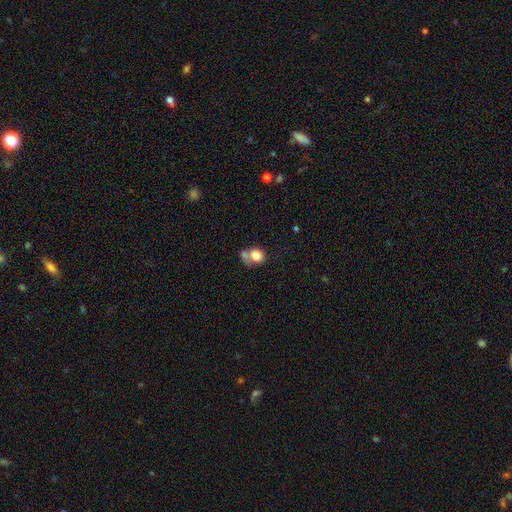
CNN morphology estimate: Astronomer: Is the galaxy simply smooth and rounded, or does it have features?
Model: smooth — 80%.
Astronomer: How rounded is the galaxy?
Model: round — 63%.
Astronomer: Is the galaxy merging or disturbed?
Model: merger — 43% (runner-up: none, 34%).